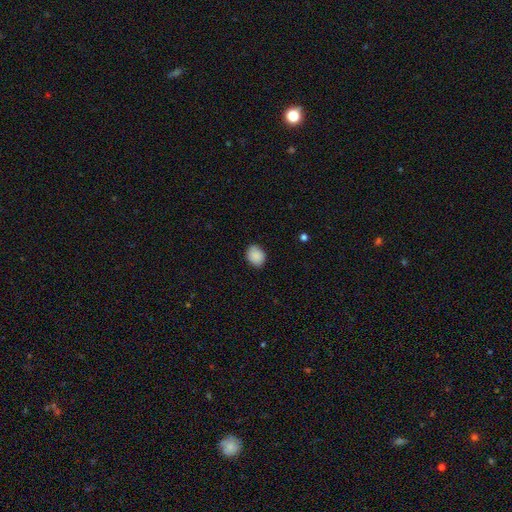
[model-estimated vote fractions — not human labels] A smooth galaxy with no disk features (89%) that is round (51%).

Vote fractions:
- Smooth or featured? smooth: 89% / star or artifact: 8% / featured or disk: 3%
- How rounded? round: 51% / in between: 48% / cigar-shaped: 1%
- Merging? none: 85% / minor disturbance: 12% / major disturbance: 2% / merger: 1%